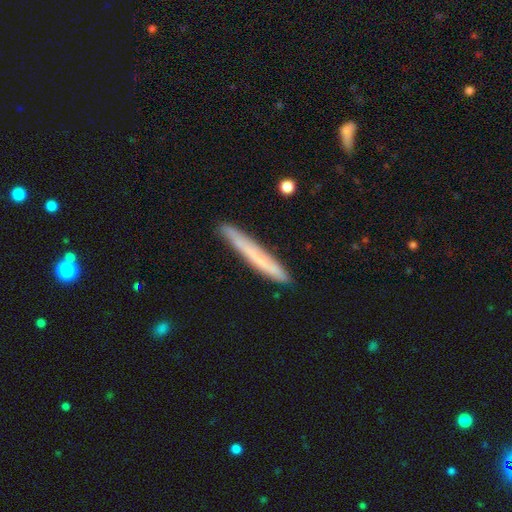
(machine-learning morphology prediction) smooth-or-featured: smooth: 59% | featured or disk: 34% | star or artifact: 7%
  how-rounded: cigar-shaped: 96% | in between: 3% | round: 1%
  merging: none: 85% | minor disturbance: 11% | major disturbance: 2% | merger: 2%